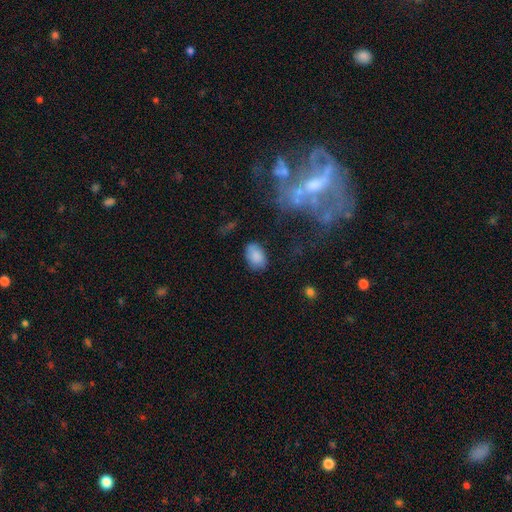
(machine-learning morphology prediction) This is clearly a smooth galaxy (85%). How rounded: clearly in between (87%). Merging: likely none (77%).